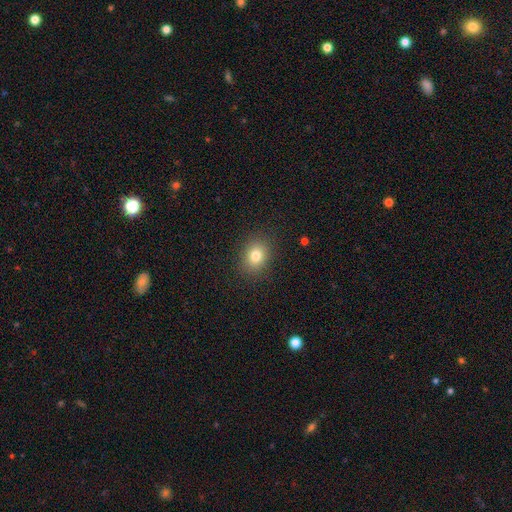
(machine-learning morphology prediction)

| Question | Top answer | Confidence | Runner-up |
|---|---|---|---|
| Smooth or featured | smooth | 79% | star or artifact (12%) |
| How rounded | in between | 50% | round (49%) |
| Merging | none | 88% | minor disturbance (8%) |